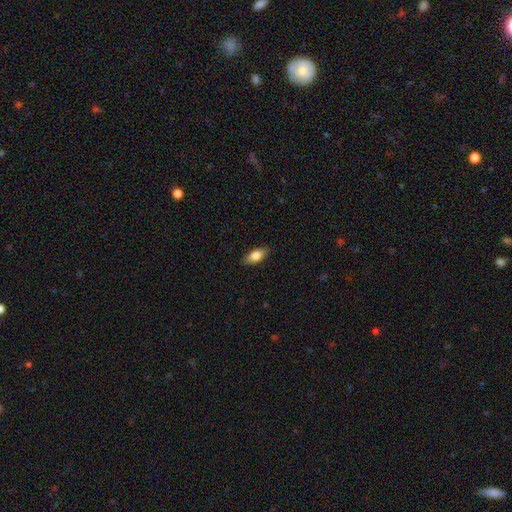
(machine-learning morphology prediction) Q: Smooth or featured?
A: smooth (81%); runner-up: featured or disk (12%)
Q: How rounded?
A: in between (87%); runner-up: cigar-shaped (10%)
Q: Merging?
A: none (87%); runner-up: minor disturbance (10%)